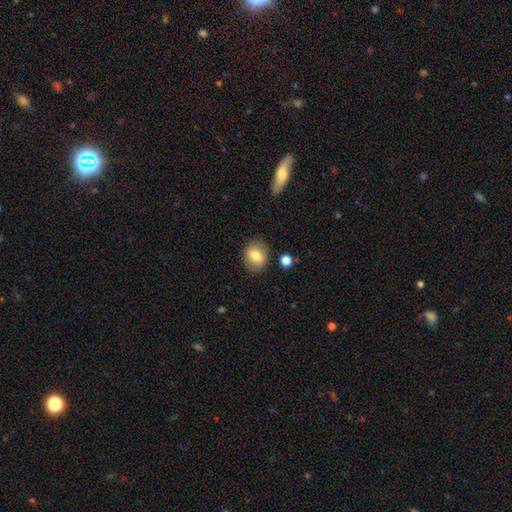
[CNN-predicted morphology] type=smooth (74%); roundness=round (55%); merging=none (84%).